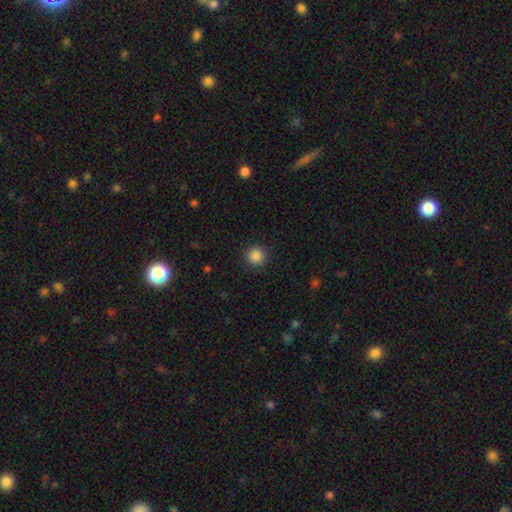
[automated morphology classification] smooth-or-featured: smooth: 87% | star or artifact: 10% | featured or disk: 3%
  how-rounded: round: 95% | in between: 4% | cigar-shaped: 1%
  merging: none: 91% | minor disturbance: 6% | major disturbance: 2% | merger: 1%